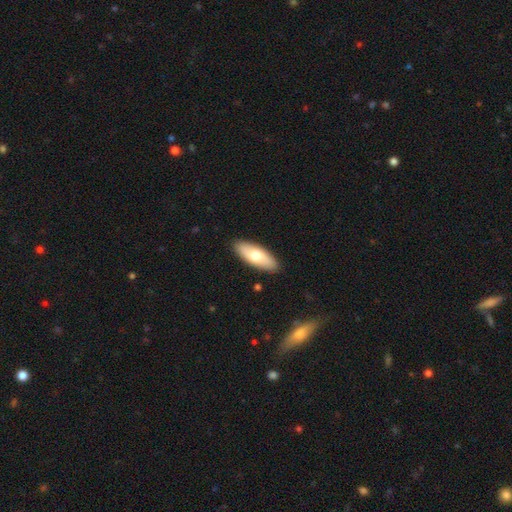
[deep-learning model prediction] This is likely a smooth galaxy (69%). How rounded: likely in between (74%). Merging: clearly none (90%).